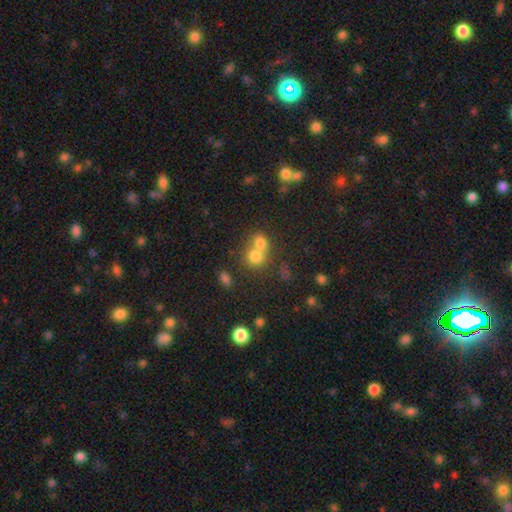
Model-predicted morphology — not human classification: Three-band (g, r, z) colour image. It shows a smooth galaxy with no disk features (73%) that is round (73%). Merging: merger (60%).